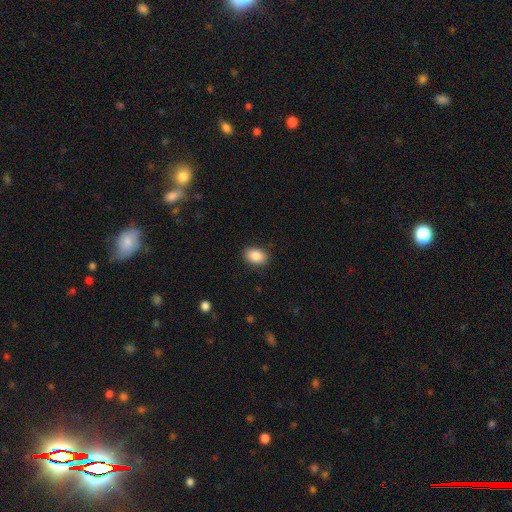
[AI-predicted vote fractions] The model was most divided on "how rounded": in between: 82%, round: 17%, cigar-shaped: 1%. More confident: merging — none (88%); smooth or featured — smooth (88%).